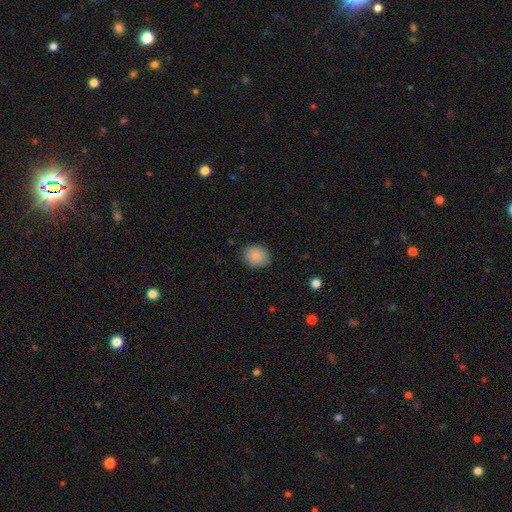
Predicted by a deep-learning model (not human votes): smooth_or_featured: smooth (p=0.88) [alt: star or artifact p=0.08]
how_rounded: round (p=0.57) [alt: in between p=0.42]
merging: none (p=0.84) [alt: minor disturbance p=0.12]